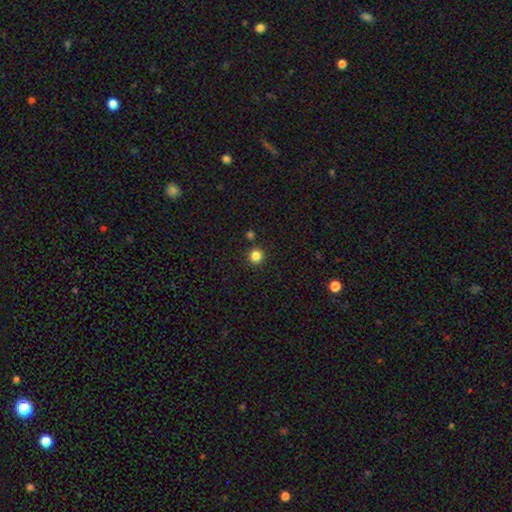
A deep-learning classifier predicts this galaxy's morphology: smooth_or_featured: smooth (p=0.84) [alt: star or artifact p=0.12]
how_rounded: round (p=0.94) [alt: in between p=0.05]
merging: none (p=0.89) [alt: minor disturbance p=0.05]